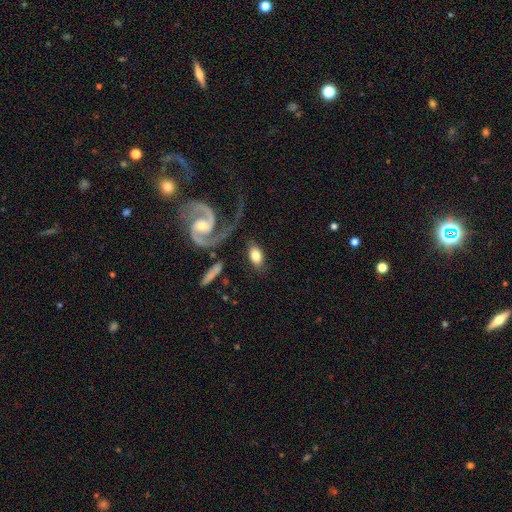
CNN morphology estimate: A smooth galaxy with no disk features (67%) that is in between round and cigar-shaped (90%).

Vote fractions:
- Smooth or featured? smooth: 67% / featured or disk: 28% / star or artifact: 6%
- How rounded? in between: 90% / round: 7% / cigar-shaped: 3%
- Merging? none: 71% / minor disturbance: 14% / major disturbance: 8% / merger: 7%